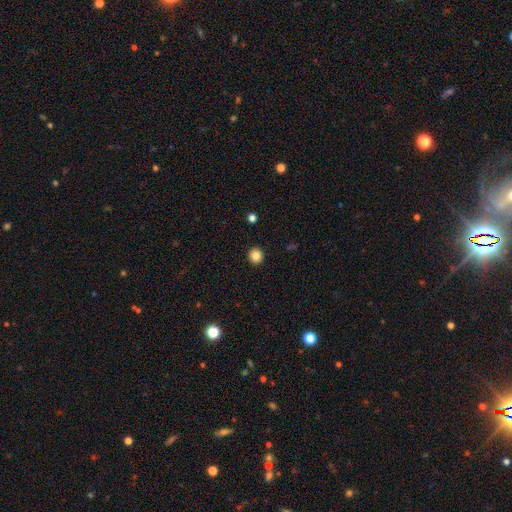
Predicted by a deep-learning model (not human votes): smooth-or-featured: smooth: 85% | star or artifact: 11% | featured or disk: 5%
  how-rounded: round: 93% | in between: 6% | cigar-shaped: 1%
  merging: none: 93% | minor disturbance: 4% | major disturbance: 1% | merger: 1%